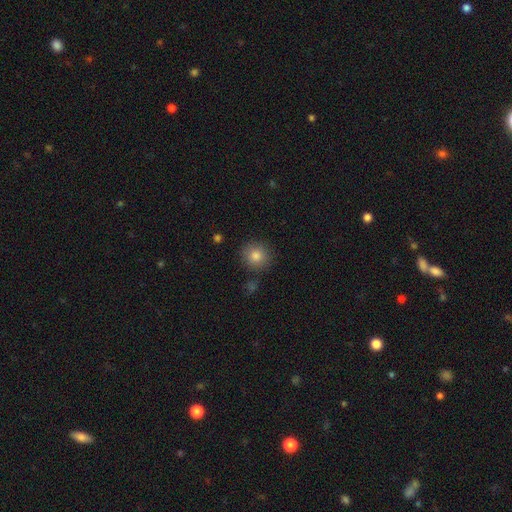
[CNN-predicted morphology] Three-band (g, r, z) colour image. It shows a smooth galaxy with no disk features (83%) that is round (90%). Merging: none (86%).